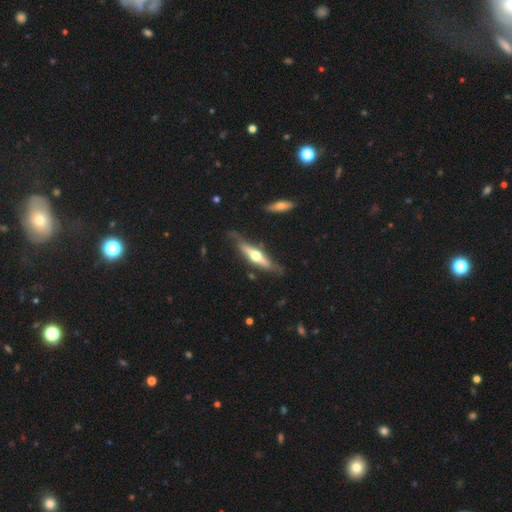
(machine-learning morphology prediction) Q: Smooth or featured?
A: featured or disk (66%); runner-up: smooth (29%)
Q: Edge-on disk?
A: yes (93%); runner-up: no (7%)
Q: Edge-on bulge?
A: rounded (93%); runner-up: none (4%)
Q: Merging?
A: none (74%); runner-up: minor disturbance (19%)